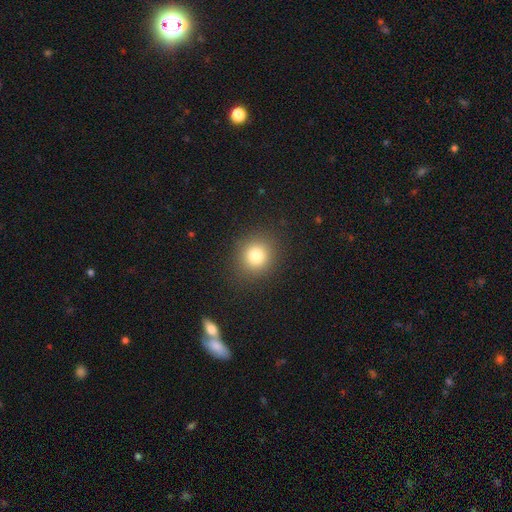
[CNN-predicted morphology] smooth_or_featured: smooth (p=0.80) [alt: star or artifact p=0.13]
how_rounded: round (p=0.86) [alt: in between p=0.13]
merging: none (p=0.89) [alt: minor disturbance p=0.07]